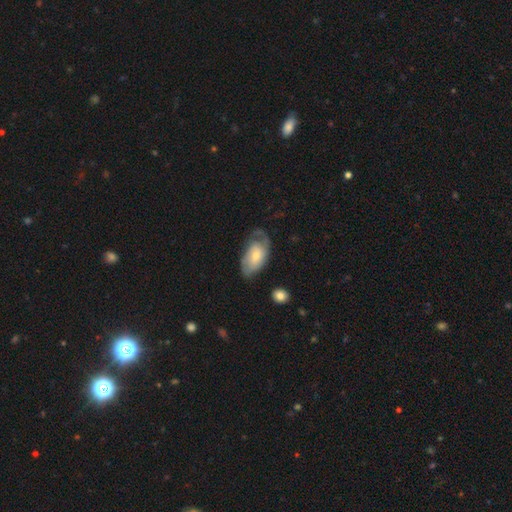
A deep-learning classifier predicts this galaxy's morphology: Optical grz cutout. It shows a featured or disk galaxy (50%). Merging: none (45%).